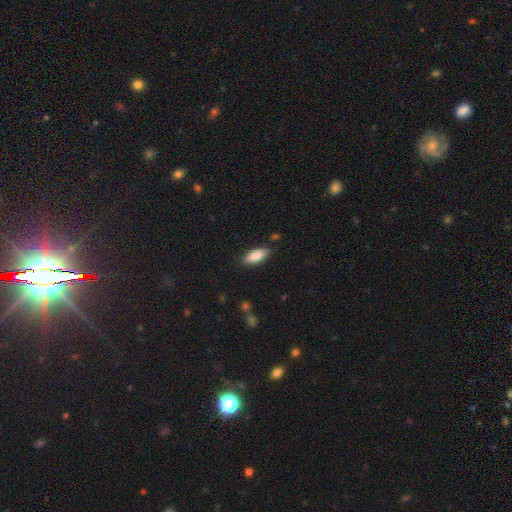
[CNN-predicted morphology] smooth 81%, featured or disk 12%, star or artifact 6%. Down the decision tree: how rounded — in between (72%); merging — none (84%).